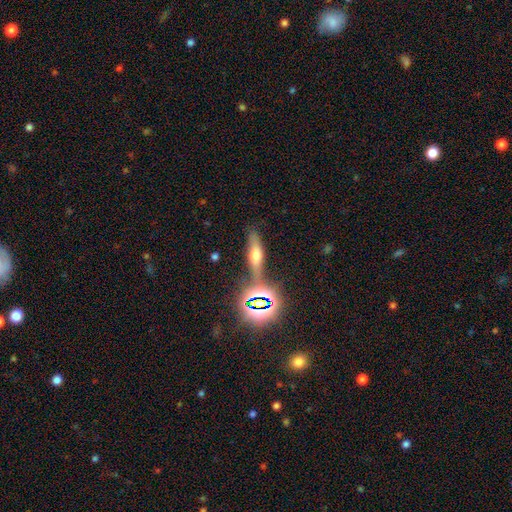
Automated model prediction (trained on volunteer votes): featured or disk 40%, smooth 39%, star or artifact 21%. Down the decision tree: merging — none (72%).